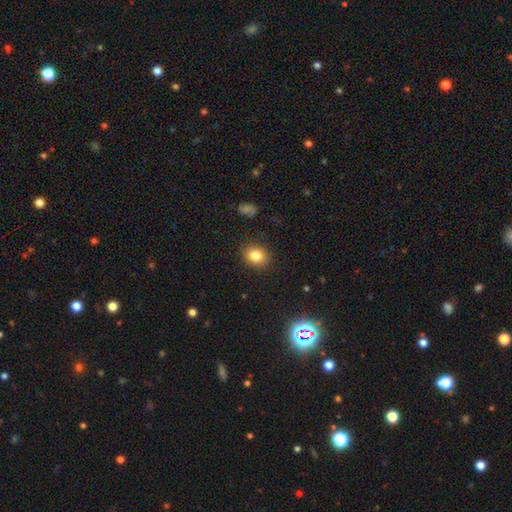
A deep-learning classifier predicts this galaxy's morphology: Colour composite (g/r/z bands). It shows a smooth galaxy with no disk features (82%) that is round (54%). Merging: none (87%).